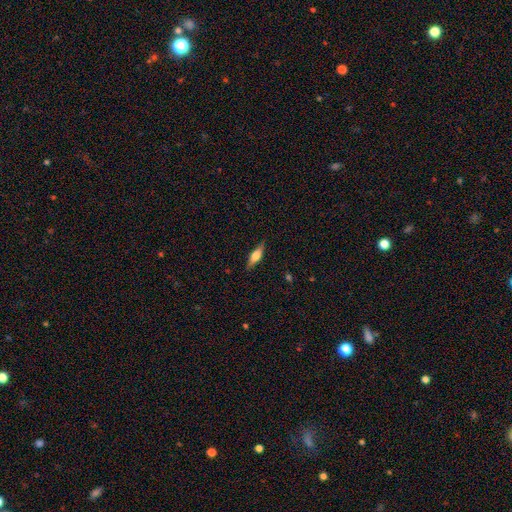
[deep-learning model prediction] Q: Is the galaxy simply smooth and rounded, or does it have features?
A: featured or disk — 48%.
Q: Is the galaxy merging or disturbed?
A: none — 85%.